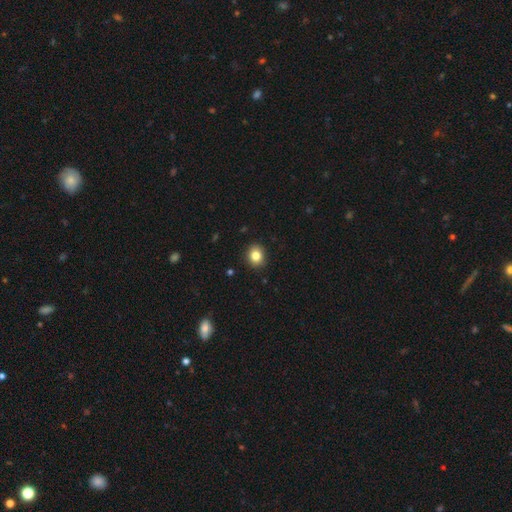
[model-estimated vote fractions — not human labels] Smooth or featured? smooth (83%)
How rounded? round (72%)
Merging? none (91%)